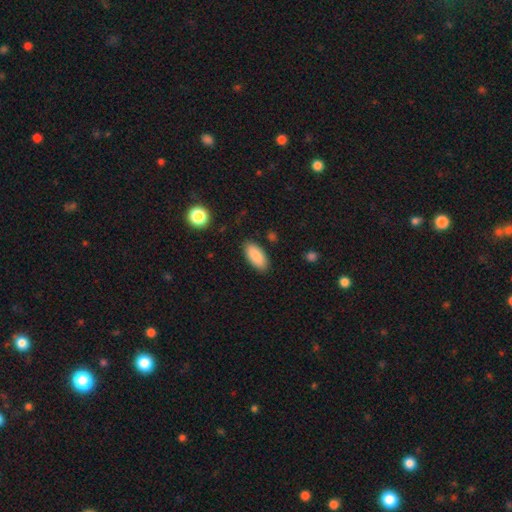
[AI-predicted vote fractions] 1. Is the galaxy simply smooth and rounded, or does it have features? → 88% smooth, 6% star or artifact, 5% featured or disk.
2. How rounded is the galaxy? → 89% in between, 9% cigar-shaped, 2% round.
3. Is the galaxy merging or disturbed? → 86% none, 10% minor disturbance, 2% major disturbance, 1% merger.